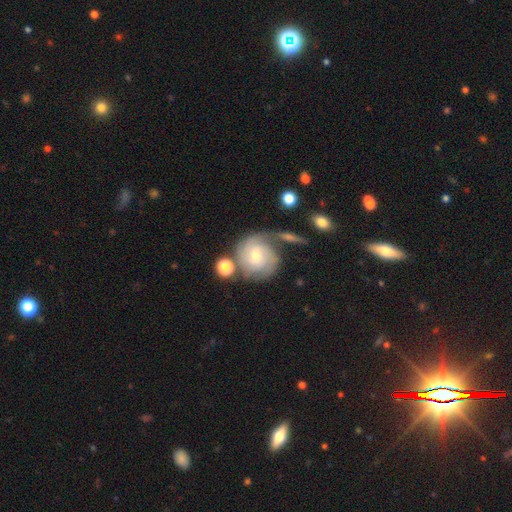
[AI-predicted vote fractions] featured or disk 70%, smooth 23%, star or artifact 7%. Down the decision tree: edge-on disk — no (97%); bar — no (57%); spiral arms — yes (91%); spiral arm count — can't tell (33%); spiral winding — tight (61%); bulge size — small (49%); merging — none (54%).